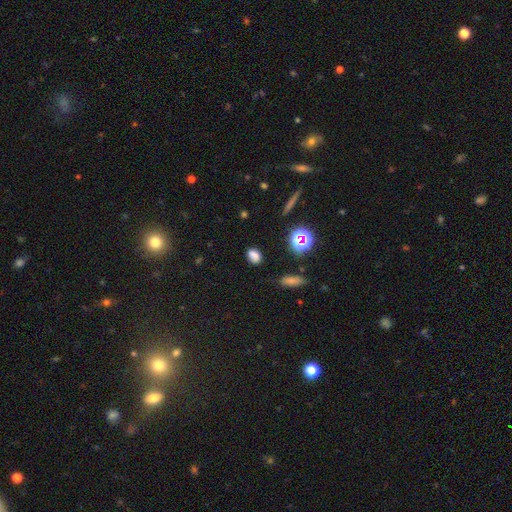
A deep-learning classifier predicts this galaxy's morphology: This is likely a smooth galaxy (74%). How rounded: likely in between (69%). Merging: likely none (73%).